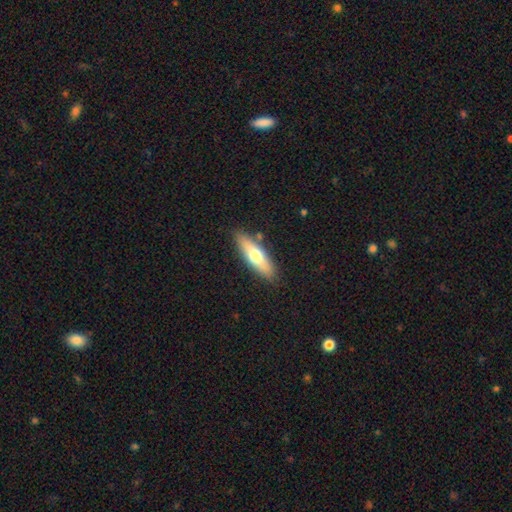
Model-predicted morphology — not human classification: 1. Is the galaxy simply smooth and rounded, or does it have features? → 60% smooth, 34% featured or disk, 6% star or artifact.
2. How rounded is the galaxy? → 55% cigar-shaped, 43% in between, 2% round.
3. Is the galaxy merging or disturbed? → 85% none, 10% minor disturbance, 3% merger, 2% major disturbance.